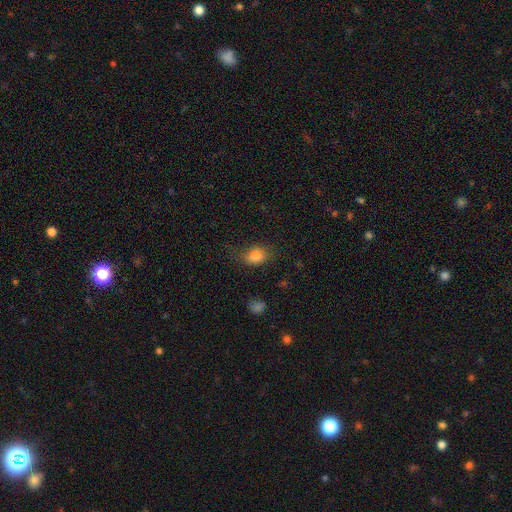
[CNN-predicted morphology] A smooth galaxy with no disk features (82%) that is in between round and cigar-shaped (65%). Merging: none (64%).